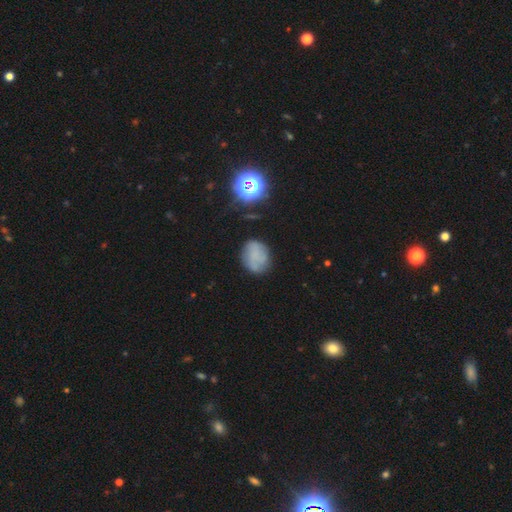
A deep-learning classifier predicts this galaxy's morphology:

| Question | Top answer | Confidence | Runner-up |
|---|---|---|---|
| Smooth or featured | smooth | 57% | featured or disk (28%) |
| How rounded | round | 58% | in between (41%) |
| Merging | none | 64% | minor disturbance (24%) |